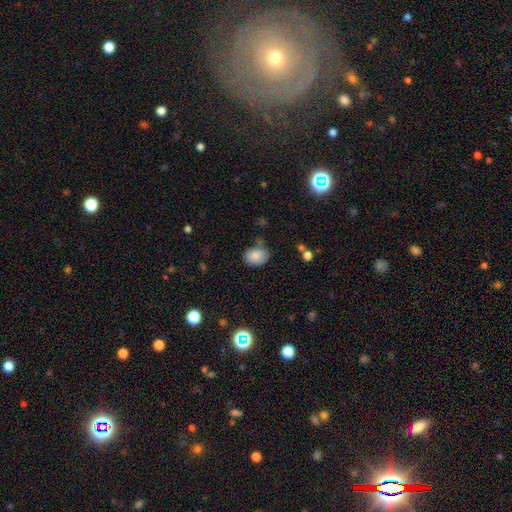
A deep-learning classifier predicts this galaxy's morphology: Smooth or featured? Predicted: smooth (p=0.84). How rounded? Predicted: in between (p=0.71). Merging? Predicted: none (p=0.70).